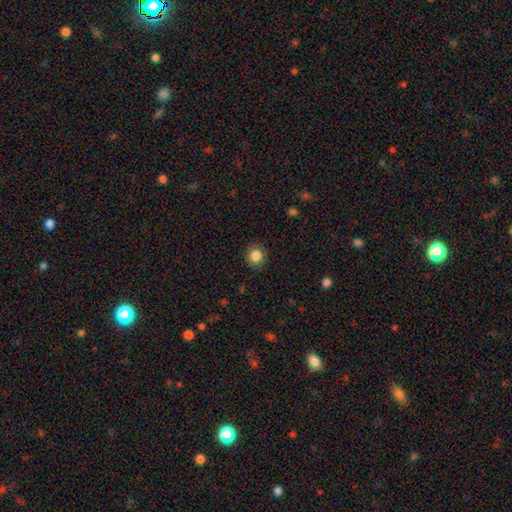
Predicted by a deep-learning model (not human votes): This is clearly a smooth galaxy (86%). How rounded: clearly round (91%). Merging: clearly none (90%).